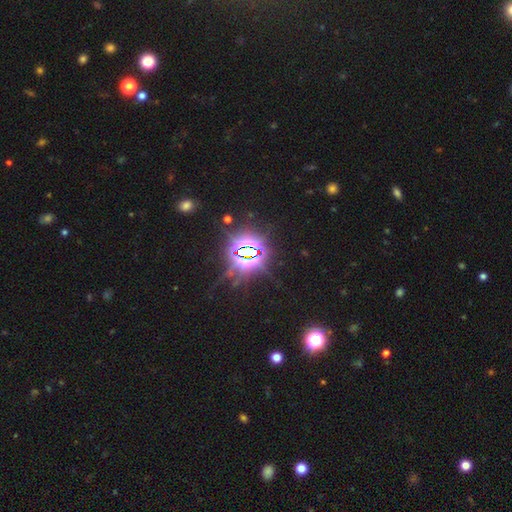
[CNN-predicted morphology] Overall: star or artifact (83%).